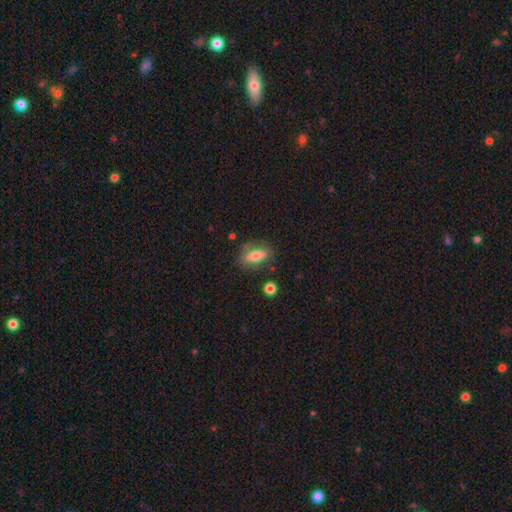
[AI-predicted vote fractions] Q: Smooth or featured?
A: smooth (65%); runner-up: featured or disk (28%)
Q: How rounded?
A: in between (79%); runner-up: cigar-shaped (15%)
Q: Merging?
A: none (70%); runner-up: minor disturbance (19%)